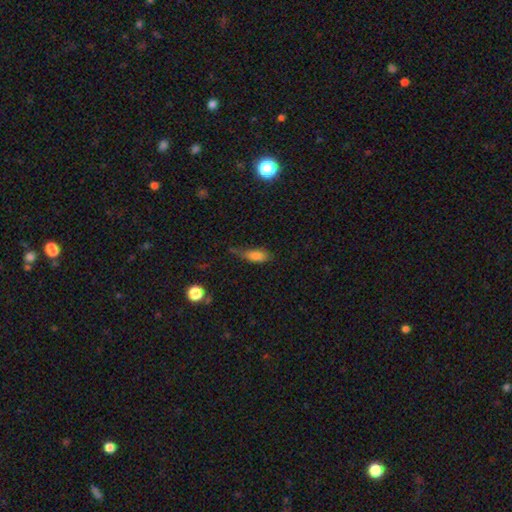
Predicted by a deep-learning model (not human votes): A smooth galaxy with no disk features (80%) that is in between round and cigar-shaped (80%).

Vote fractions:
- Smooth or featured? smooth: 80% / featured or disk: 10% / star or artifact: 10%
- How rounded? in between: 80% / cigar-shaped: 17% / round: 4%
- Merging? none: 44% / minor disturbance: 37% / major disturbance: 14% / merger: 6%